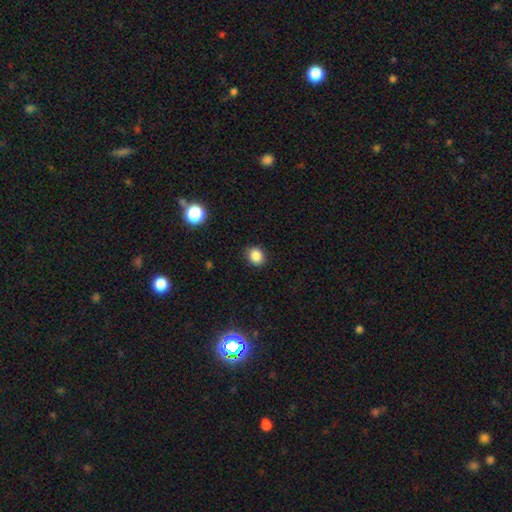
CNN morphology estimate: A smooth galaxy with no disk features (85%) that is round (67%). Merging: none (87%).